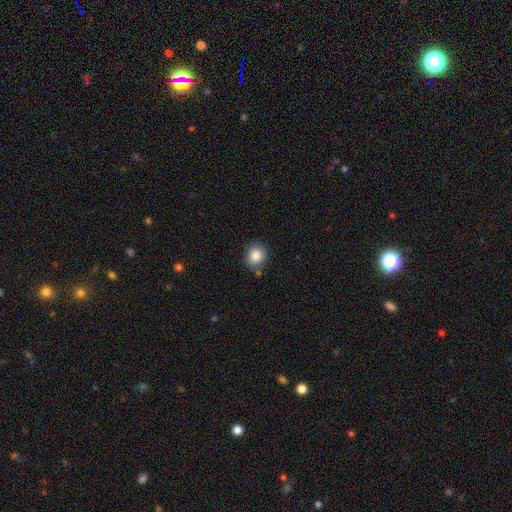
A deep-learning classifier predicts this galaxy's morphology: Smooth or featured: smooth — 85% (star or artifact — 9%)
How rounded: round — 78% (in between — 21%)
Merging: none — 77% (minor disturbance — 14%)